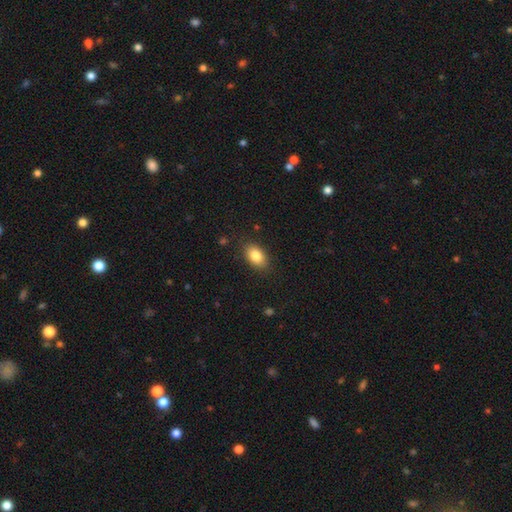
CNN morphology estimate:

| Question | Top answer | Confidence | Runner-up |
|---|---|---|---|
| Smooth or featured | smooth | 84% | featured or disk (8%) |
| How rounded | in between | 89% | round (9%) |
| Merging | none | 86% | minor disturbance (11%) |